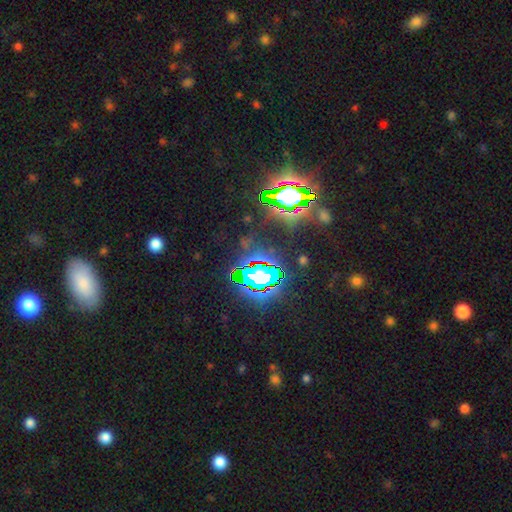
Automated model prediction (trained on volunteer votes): Q: Smooth or featured?
A: star or artifact (83%); runner-up: smooth (9%)